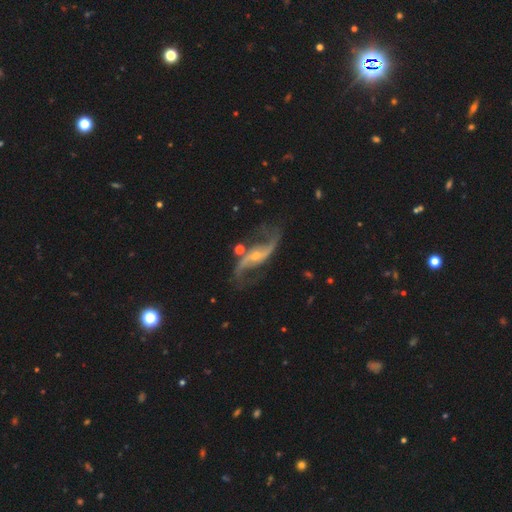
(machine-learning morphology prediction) This appears to be a featured or disk galaxy (91%) with no bar (45%), 2 (94%) loose (78%) spiral arms (97%) and a small central bulge (64%). Merging: none (71%).